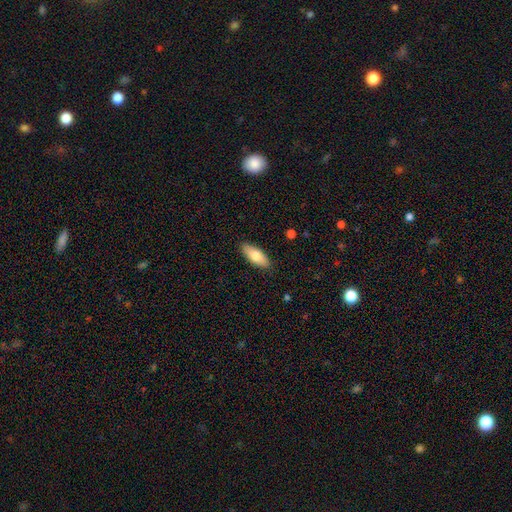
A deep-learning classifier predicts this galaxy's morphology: The model was most divided on "smooth or featured": smooth: 75%, featured or disk: 19%, star or artifact: 6%. More confident: merging — none (89%); how rounded — in between (77%).